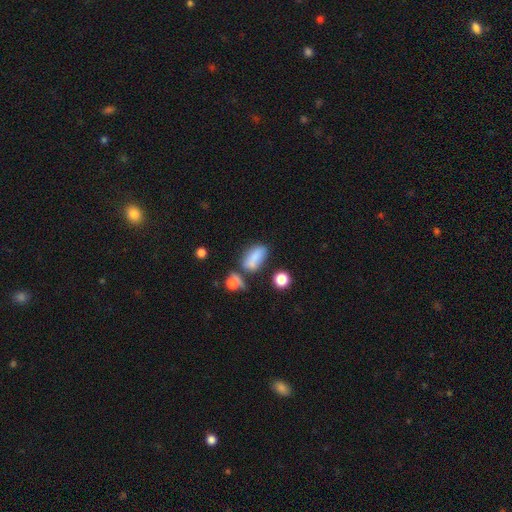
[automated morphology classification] Smooth or featured? smooth (77%)
How rounded? in between (82%)
Merging? none (52%)